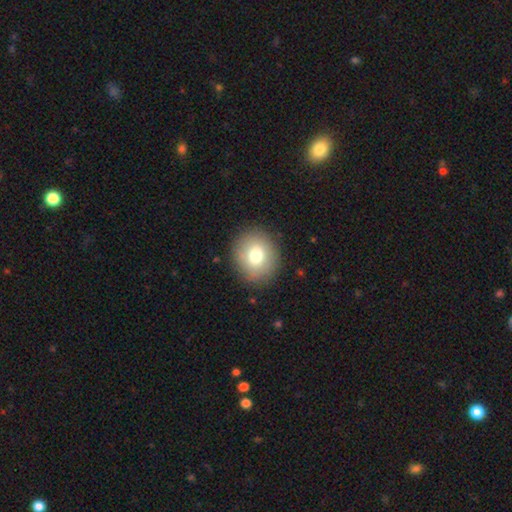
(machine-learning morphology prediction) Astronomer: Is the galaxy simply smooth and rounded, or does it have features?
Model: smooth — 76%.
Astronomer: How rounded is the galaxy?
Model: round — 74%.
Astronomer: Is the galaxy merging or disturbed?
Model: none — 87%.